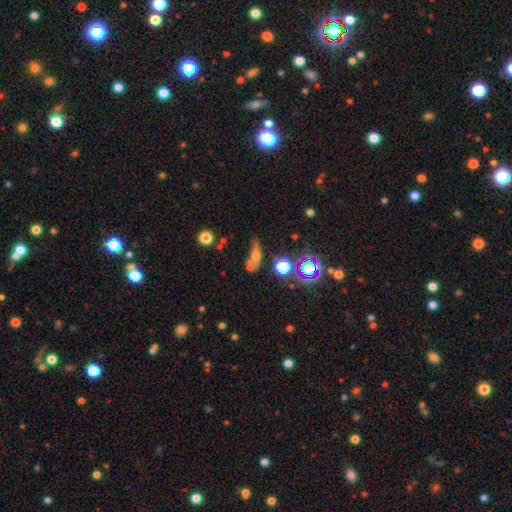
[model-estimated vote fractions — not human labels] Smooth or featured? Predicted: smooth (p=0.51). How rounded? Predicted: in between (p=0.47). Merging? Predicted: none (p=0.39).